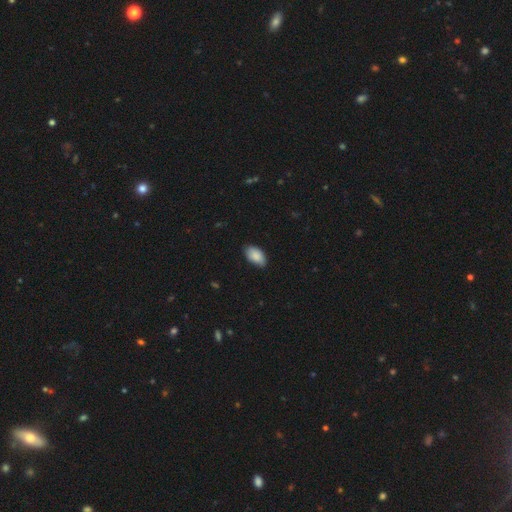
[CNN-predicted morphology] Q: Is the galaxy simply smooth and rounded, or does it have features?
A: smooth — 88%.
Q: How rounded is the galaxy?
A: in between — 94%.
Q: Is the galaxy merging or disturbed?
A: none — 81%.